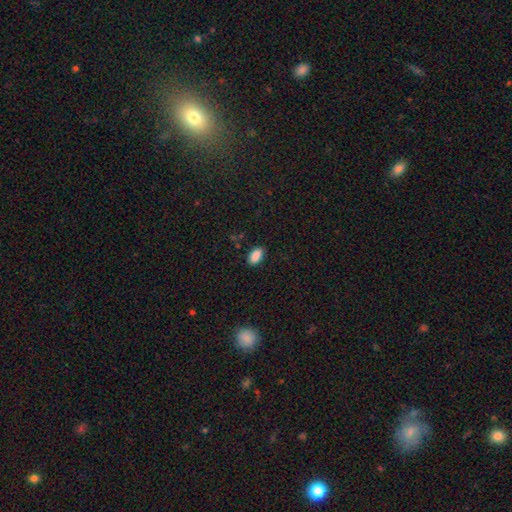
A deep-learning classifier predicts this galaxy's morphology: Smooth or featured? Predicted: smooth (p=0.89). How rounded? Predicted: in between (p=0.93). Merging? Predicted: none (p=0.86).